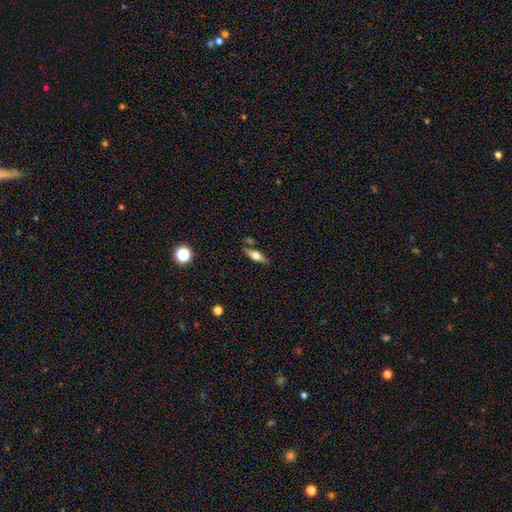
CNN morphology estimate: Overall: smooth (49%; featured or disk 43%). Merging: none (75%).